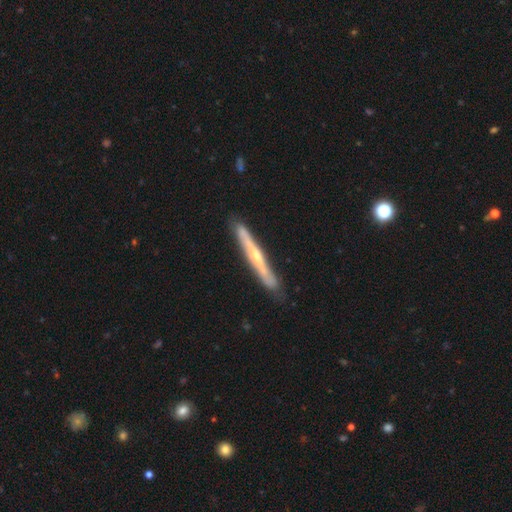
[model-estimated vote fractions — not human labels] Smooth or featured: featured or disk — 67% (smooth — 28%)
Edge-on disk: yes — 94% (no — 6%)
Edge-on bulge: rounded — 65% (none — 29%)
Merging: none — 84% (minor disturbance — 12%)